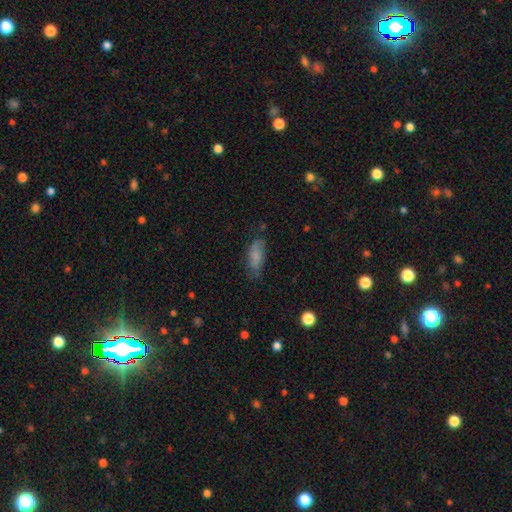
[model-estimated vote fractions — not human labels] smooth-or-featured: smooth: 77% | featured or disk: 14% | star or artifact: 9%
  how-rounded: in between: 80% | cigar-shaped: 17% | round: 3%
  merging: none: 68% | minor disturbance: 24% | major disturbance: 7% | merger: 2%